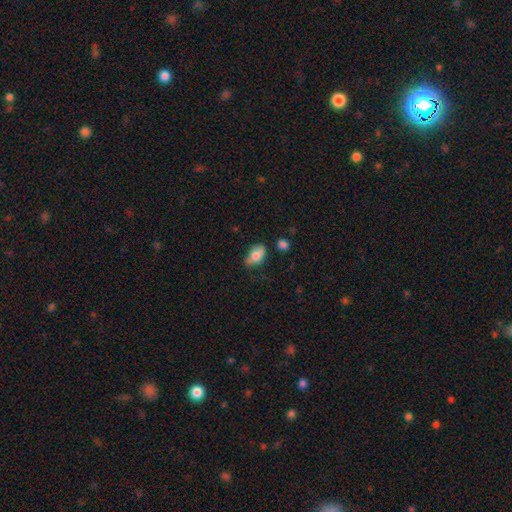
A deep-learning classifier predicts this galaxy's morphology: Smooth or featured? Predicted: smooth (p=0.74). How rounded? Predicted: in between (p=0.87). Merging? Predicted: none (p=0.55).